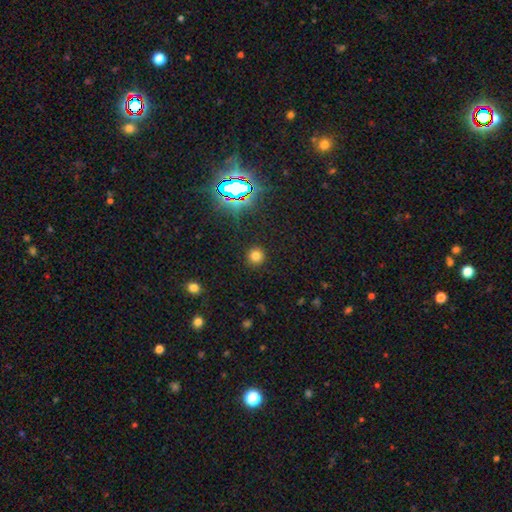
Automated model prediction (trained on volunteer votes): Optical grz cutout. It shows a smooth galaxy with no disk features (75%) that is round (94%). Merging: none (91%).